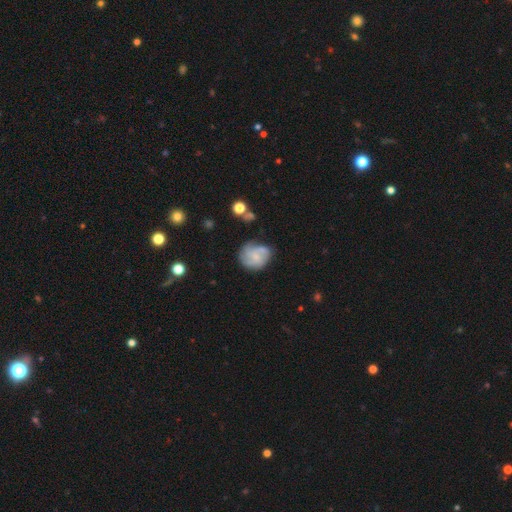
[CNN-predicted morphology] A featured or disk galaxy (61%) with no bar (63%), 3 (39%) medium (44%) spiral arms (87%) and a small central bulge (52%).

Vote fractions:
- Smooth or featured? featured or disk: 61% / smooth: 32% / star or artifact: 8%
- Edge-on disk? no: 98% / yes: 2%
- Bar? no: 63% / weak: 32% / strong: 5%
- Spiral arms? yes: 87% / no: 13%
- Spiral winding? medium: 44% / tight: 33% / loose: 23%
- Spiral arm count? 3: 39% / can't tell: 23% / 2: 21% / 4: 8% / 1: 4% / more than 4: 4%
- Bulge size? small: 52% / none: 26% / moderate: 19% / large: 2% / dominant: 1%
- Merging? none: 57% / minor disturbance: 26% / major disturbance: 13% / merger: 4%